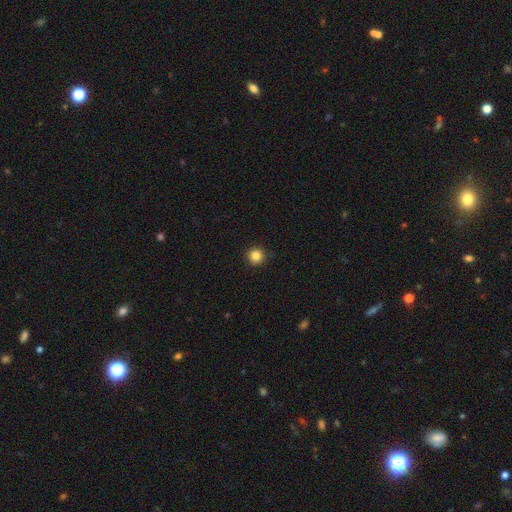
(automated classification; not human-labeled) Smooth or featured? smooth (85%)
How rounded? round (96%)
Merging? none (92%)